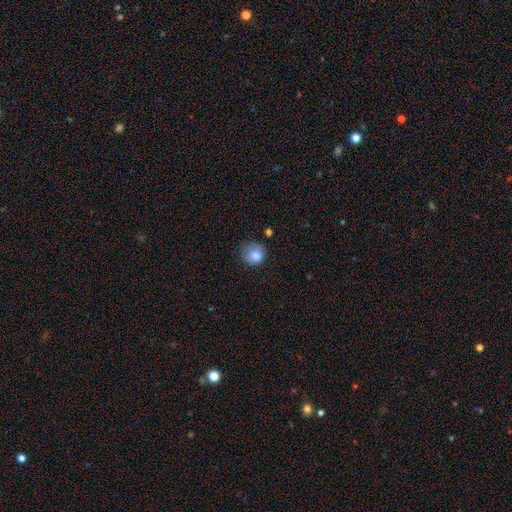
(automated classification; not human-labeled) smooth_or_featured: smooth (p=0.77) [alt: featured or disk p=0.13]
how_rounded: round (p=0.74) [alt: in between p=0.25]
merging: none (p=0.52) [alt: minor disturbance p=0.28]